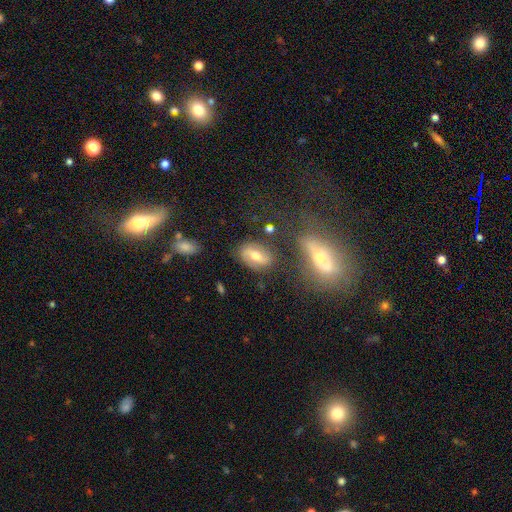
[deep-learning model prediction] The model was most divided on "smooth or featured": featured or disk: 53%, smooth: 38%, star or artifact: 9%. More confident: edge-on disk — no (91%); merging — none (77%).